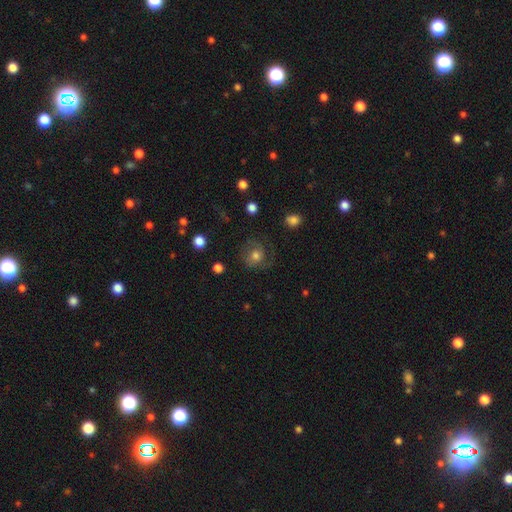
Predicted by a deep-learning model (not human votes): smooth 50%, featured or disk 39%, star or artifact 11%. Down the decision tree: merging — none (63%).